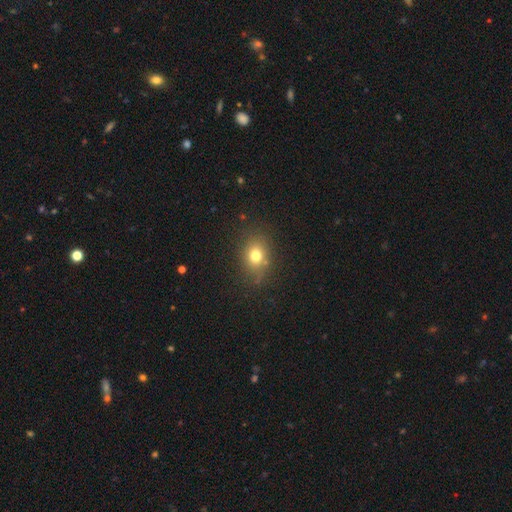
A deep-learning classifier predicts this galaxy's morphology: smooth-or-featured: smooth: 75% | star or artifact: 15% | featured or disk: 10%
  how-rounded: round: 53% | in between: 45% | cigar-shaped: 1%
  merging: none: 79% | minor disturbance: 14% | major disturbance: 5% | merger: 3%